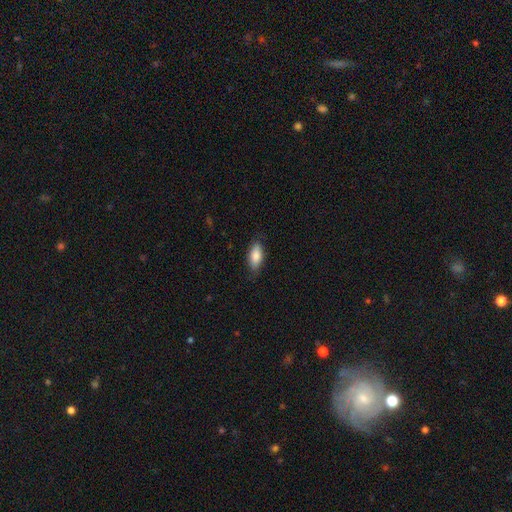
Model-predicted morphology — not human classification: A smooth galaxy with no disk features (83%) that is in between round and cigar-shaped (86%). Merging: none (81%).